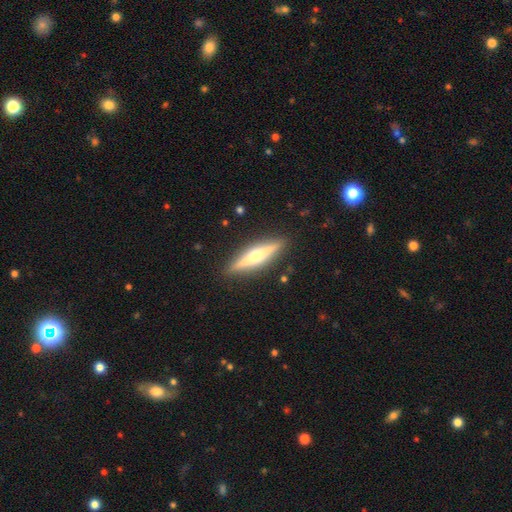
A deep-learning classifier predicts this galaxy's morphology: type=featured or disk (70%); edge-on=yes (97%); edge-on bulge=rounded (94%); merging=none (91%).